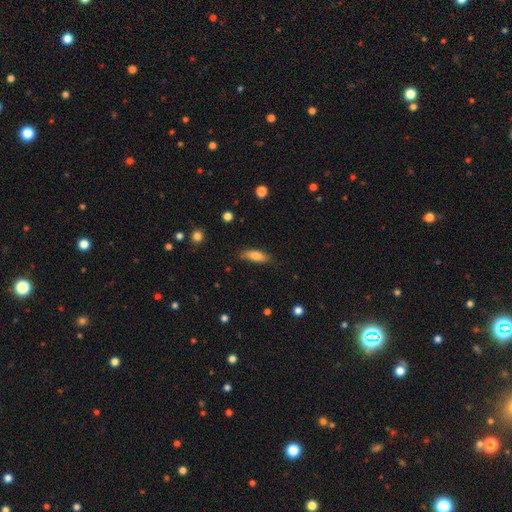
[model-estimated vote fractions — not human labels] smooth_or_featured: smooth (p=0.80) [alt: featured or disk p=0.13]
how_rounded: in between (p=0.58) [alt: cigar-shaped p=0.40]
merging: none (p=0.76) [alt: minor disturbance p=0.18]